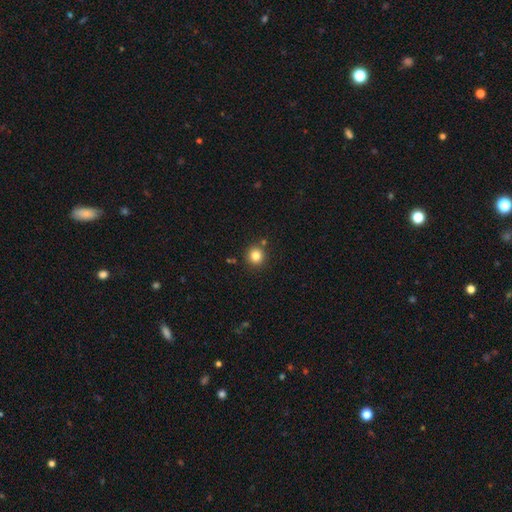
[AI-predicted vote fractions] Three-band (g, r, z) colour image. It shows a smooth galaxy with no disk features (82%) that is round (93%). Merging: none (85%).